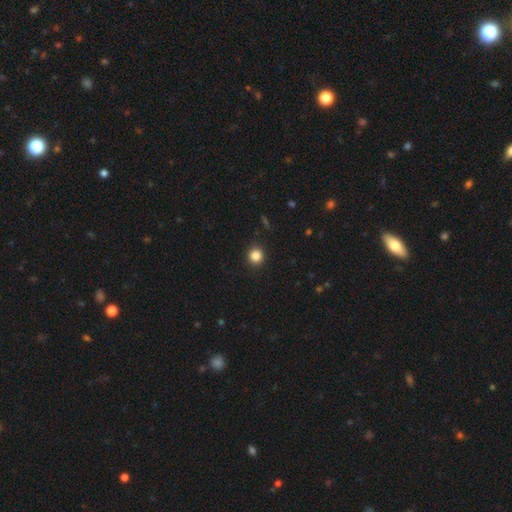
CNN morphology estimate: Overall: smooth (85%). How rounded: round (92%). Merging: none (92%).